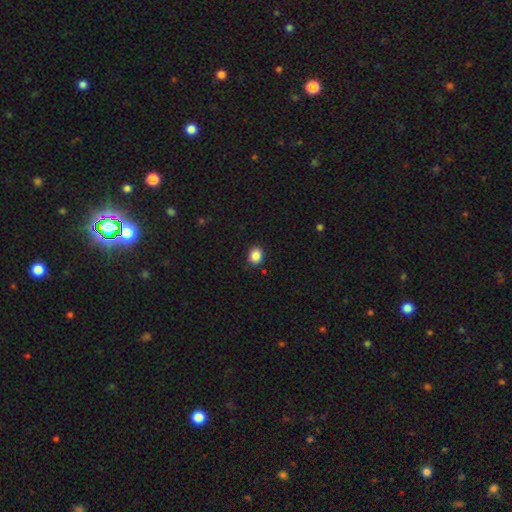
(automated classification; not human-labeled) Morphology: type=smooth (87%); roundness=round (70%); merging=none (88%).